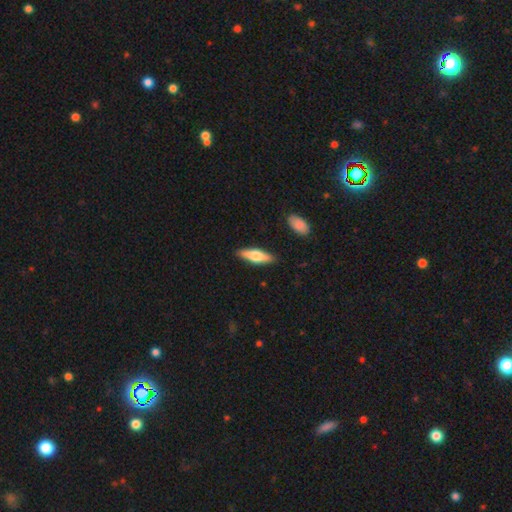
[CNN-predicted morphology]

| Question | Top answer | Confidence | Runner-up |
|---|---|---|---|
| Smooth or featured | smooth | 56% | featured or disk (39%) |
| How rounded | cigar-shaped | 54% | in between (44%) |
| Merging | none | 88% | minor disturbance (9%) |